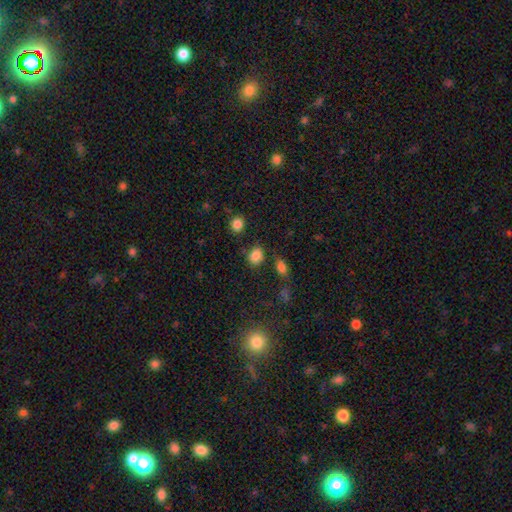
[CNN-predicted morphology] smooth-or-featured: smooth: 82% | star or artifact: 12% | featured or disk: 6%
  how-rounded: in between: 55% | round: 44% | cigar-shaped: 1%
  merging: none: 73% | minor disturbance: 14% | merger: 8% | major disturbance: 5%